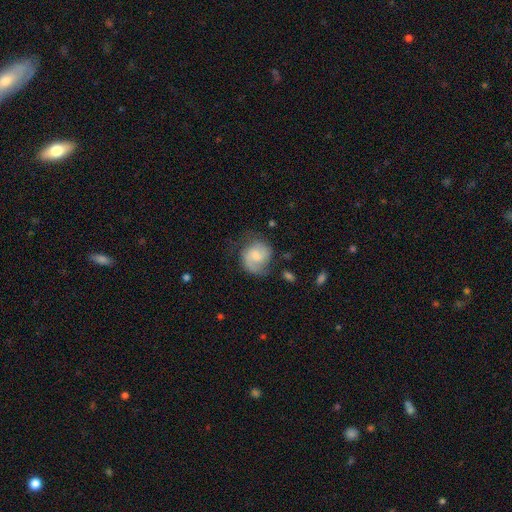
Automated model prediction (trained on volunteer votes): Smooth or featured?
  - featured or disk: 65% *
  - smooth: 28%
  - star or artifact: 7%
Edge-on disk?
  - no: 98% *
  - yes: 2%
Bar?
  - weak: 47% *
  - no: 46%
  - strong: 8%
Spiral arms?
  - yes: 92% *
  - no: 8%
Spiral winding?
  - medium: 47% *
  - tight: 28%
  - loose: 25%
Spiral arm count?
  - 2: 71% *
  - 1: 16%
  - can't tell: 9%
  - 3: 2%
  - 4: 1%
  - more than 4: 1%
Bulge size?
  - small: 37% *
  - moderate: 33%
  - none: 22%
  - large: 7%
  - dominant: 2%
Merging?
  - none: 61% *
  - minor disturbance: 23%
  - major disturbance: 14%
  - merger: 2%